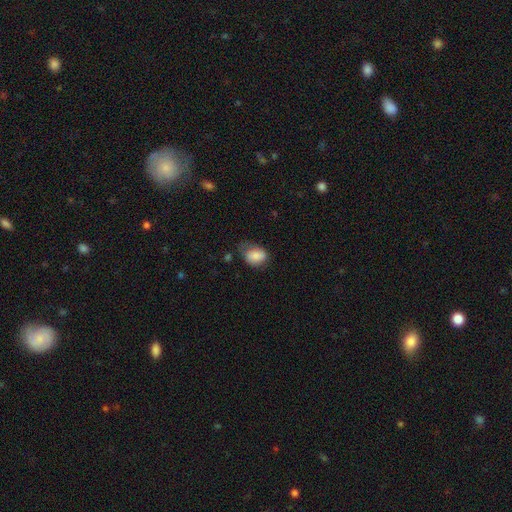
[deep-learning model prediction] Q: Smooth or featured?
A: smooth (80%); runner-up: featured or disk (12%)
Q: How rounded?
A: in between (67%); runner-up: round (32%)
Q: Merging?
A: none (43%); runner-up: minor disturbance (37%)